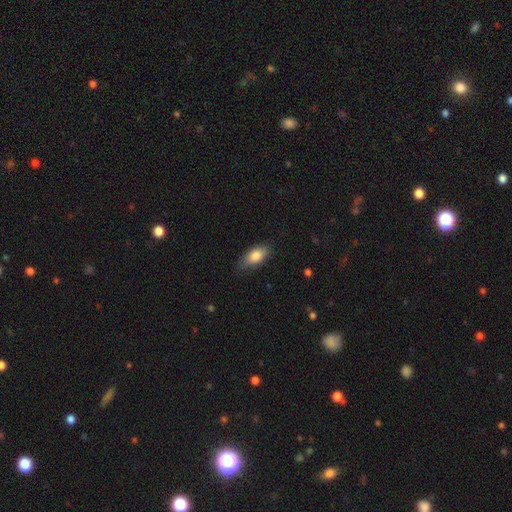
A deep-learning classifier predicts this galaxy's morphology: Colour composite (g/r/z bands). It shows a smooth galaxy with no disk features (82%) that is in between round and cigar-shaped (86%). Merging: none (77%).